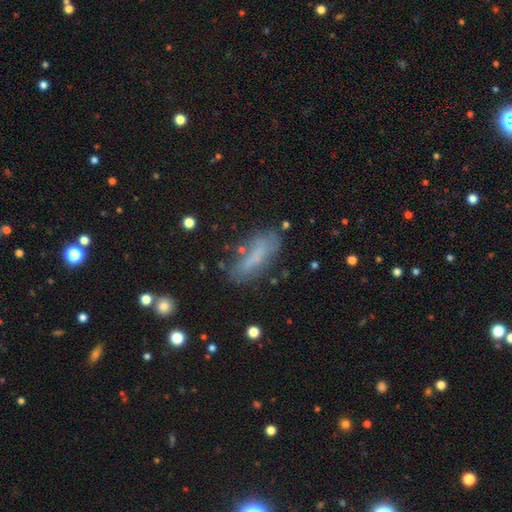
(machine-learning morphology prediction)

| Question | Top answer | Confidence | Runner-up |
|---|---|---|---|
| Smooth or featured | smooth | 65% | featured or disk (23%) |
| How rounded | cigar-shaped | 49% | in between (48%) |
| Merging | none | 65% | minor disturbance (22%) |